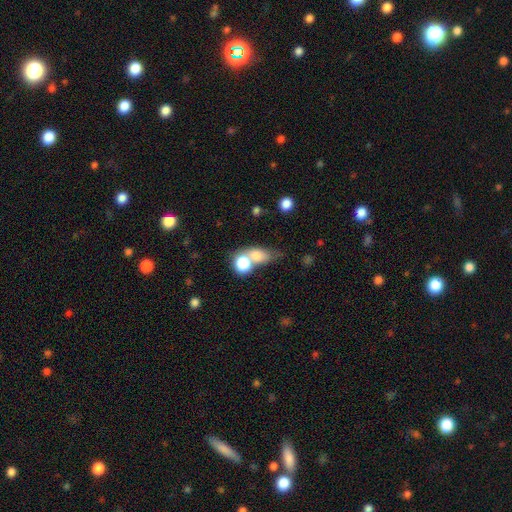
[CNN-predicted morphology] A smooth galaxy with no disk features (75%) that is in between round and cigar-shaped (54%). Merging: merger (61%).